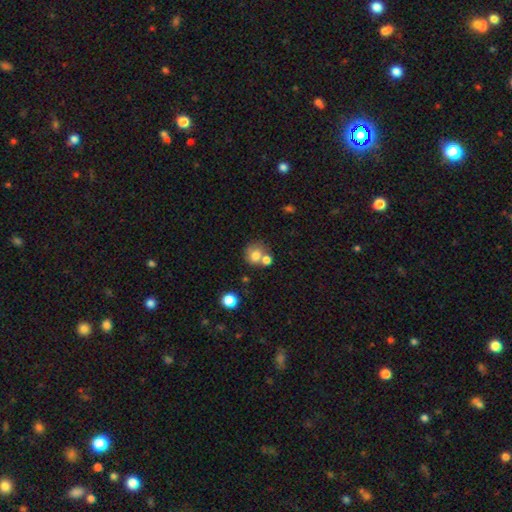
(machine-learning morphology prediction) Q: Smooth or featured?
A: smooth (74%); runner-up: featured or disk (15%)
Q: How rounded?
A: round (74%); runner-up: in between (25%)
Q: Merging?
A: none (44%); runner-up: merger (39%)